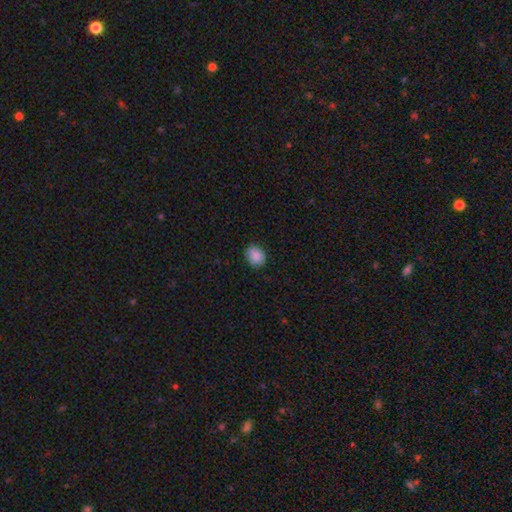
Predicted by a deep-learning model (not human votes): This appears to be a smooth galaxy with no disk features (89%) that is round (57%). Merging: none (84%).